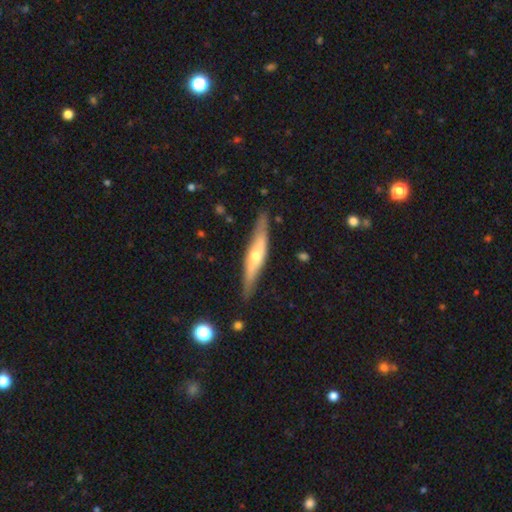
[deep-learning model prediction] smooth-or-featured: featured or disk: 62% | smooth: 33% | star or artifact: 6%
  disk-edge-on: yes: 88% | no: 12%
    edge-on-bulge: rounded: 82% | none: 12% | boxy: 6%
  merging: none: 84% | minor disturbance: 12% | major disturbance: 2% | merger: 2%